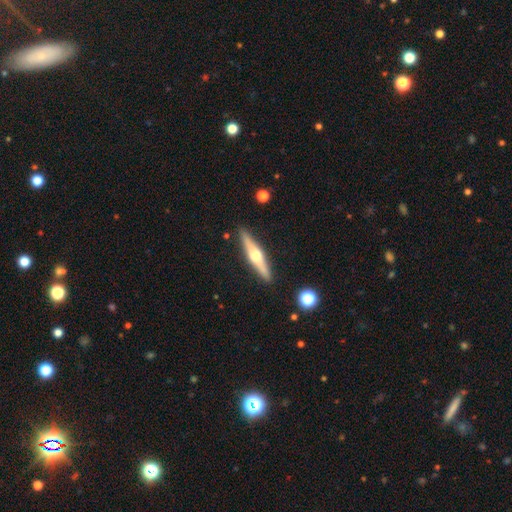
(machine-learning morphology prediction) type=featured or disk (69%); edge-on=yes (97%); edge-on bulge=rounded (90%); merging=none (90%).